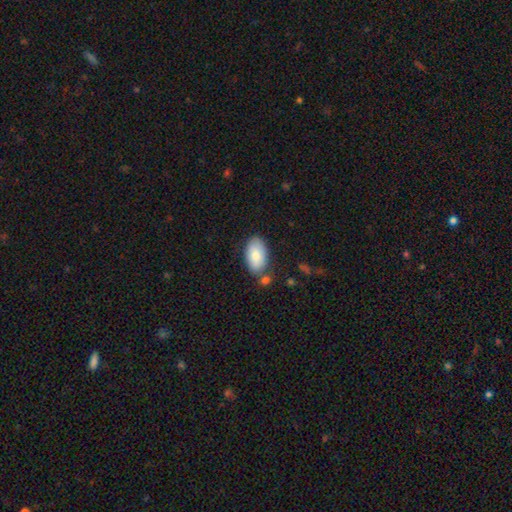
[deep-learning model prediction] This is clearly a smooth galaxy (81%). How rounded: clearly in between (95%). Merging: likely none (70%).